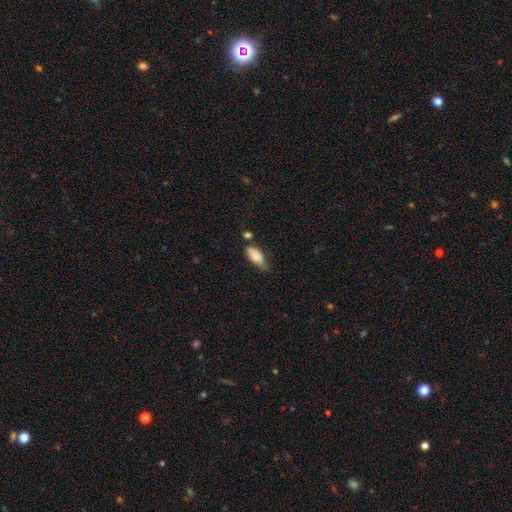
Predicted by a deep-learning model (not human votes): Morphology: type=smooth (81%); roundness=in between (86%); merging=none (46%).